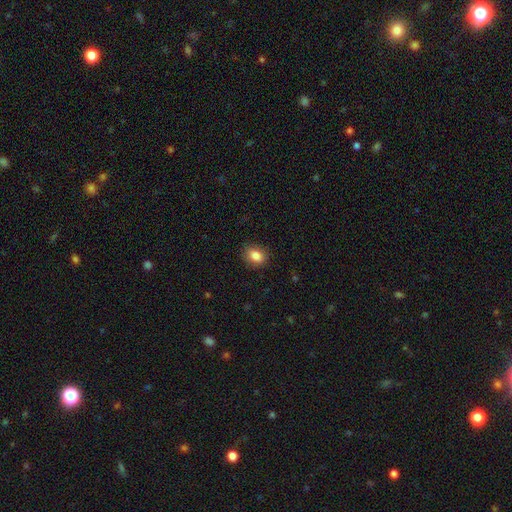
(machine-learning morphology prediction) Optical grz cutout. It shows a smooth galaxy with no disk features (85%) that is in between round and cigar-shaped (60%). Merging: none (85%).